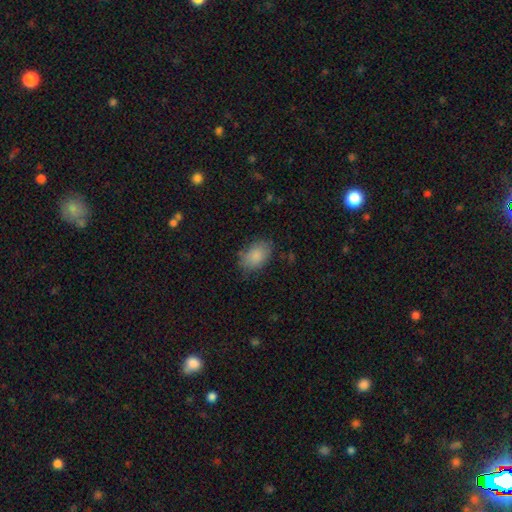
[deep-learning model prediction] A smooth galaxy with no disk features (86%) that is in between round and cigar-shaped (88%). Merging: none (75%).